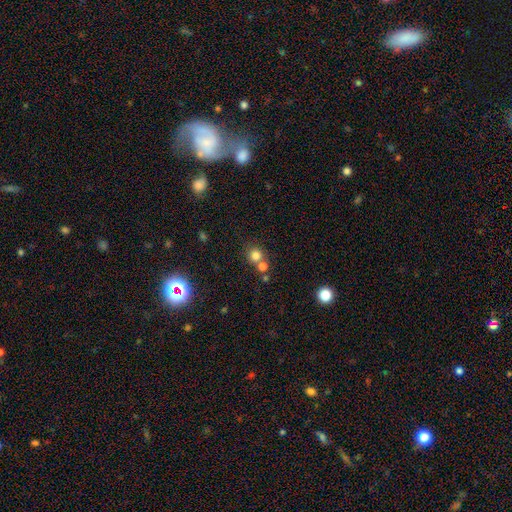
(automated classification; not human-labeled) Q: Smooth or featured?
A: smooth (77%); runner-up: star or artifact (15%)
Q: How rounded?
A: round (87%); runner-up: in between (12%)
Q: Merging?
A: none (54%); runner-up: merger (35%)